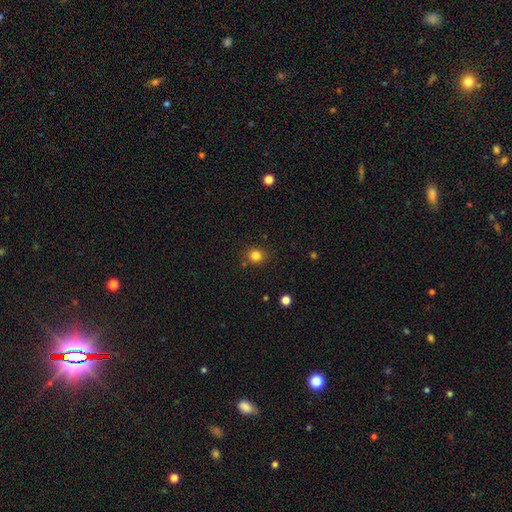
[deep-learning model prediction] Smooth or featured? smooth (82%)
How rounded? round (83%)
Merging? none (86%)